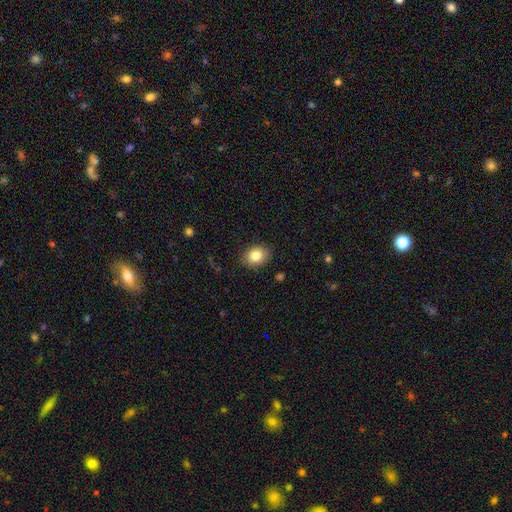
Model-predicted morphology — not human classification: Smooth or featured? Predicted: smooth (p=0.83). How rounded? Predicted: in between (p=0.55). Merging? Predicted: none (p=0.87).